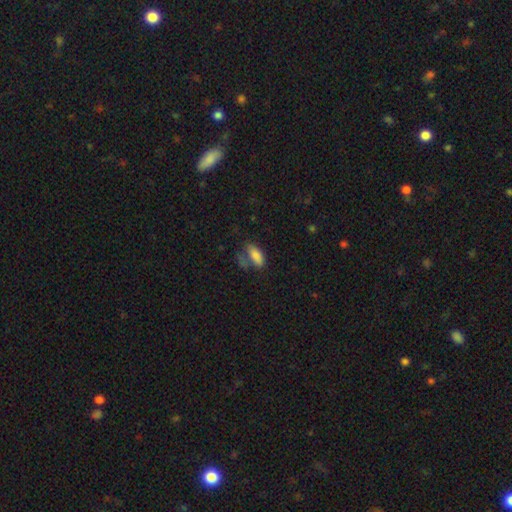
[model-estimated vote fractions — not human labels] Smooth or featured? smooth (83%)
How rounded? in between (85%)
Merging? none (48%)